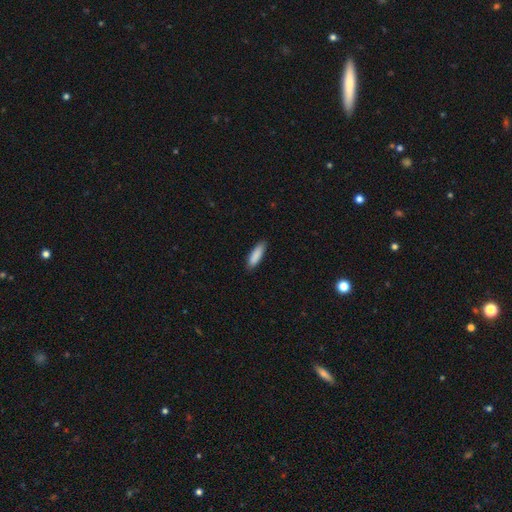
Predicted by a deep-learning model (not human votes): Smooth or featured: smooth — 89% (star or artifact — 6%)
How rounded: cigar-shaped — 57% (in between — 42%)
Merging: none — 86% (minor disturbance — 11%)